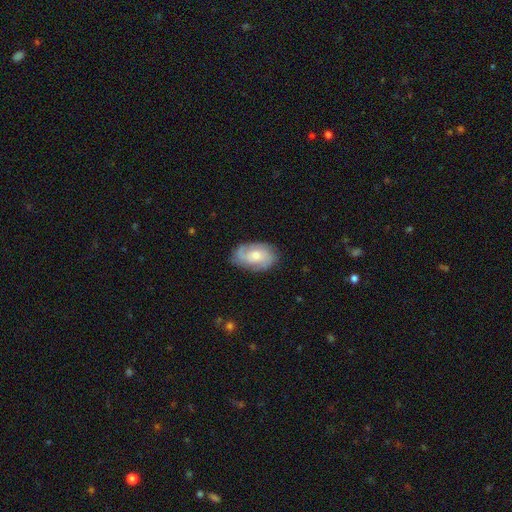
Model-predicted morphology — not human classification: Smooth or featured: featured or disk — 63% (smooth — 31%)
Edge-on disk: no — 96% (yes — 4%)
Bar: no — 70% (weak — 27%)
Spiral arms: yes — 89% (no — 11%)
Spiral winding: tight — 42% (medium — 41%)
Spiral arm count: 2 — 39% (can't tell — 29%)
Bulge size: moderate — 56% (small — 29%)
Merging: none — 74% (minor disturbance — 19%)